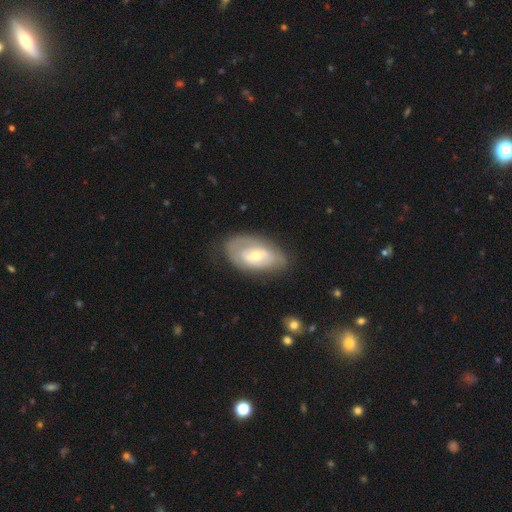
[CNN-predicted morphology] A featured or disk galaxy (59%) with no bar (63%), spiral arms (52%) and a moderate central bulge (52%). Merging: none (66%).